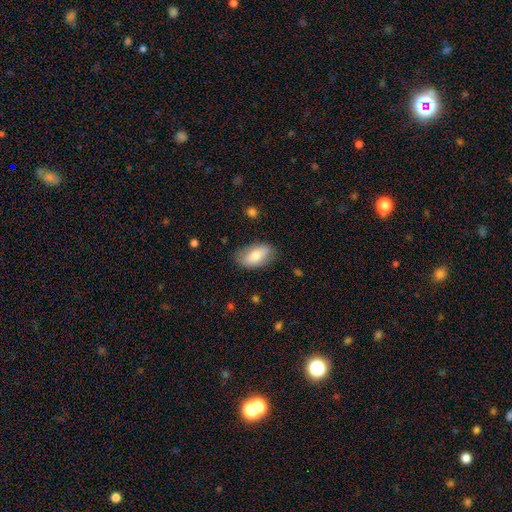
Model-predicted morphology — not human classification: Smooth or featured? Predicted: smooth (p=0.74). How rounded? Predicted: in between (p=0.92). Merging? Predicted: none (p=0.76).